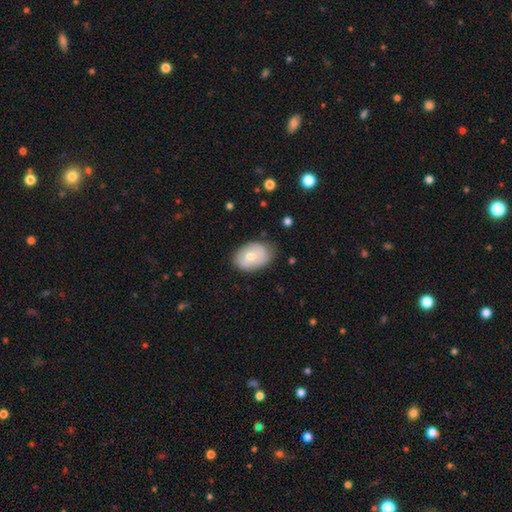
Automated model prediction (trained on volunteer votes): Smooth or featured?
  - smooth: 61% *
  - featured or disk: 32%
  - star or artifact: 7%
How rounded?
  - in between: 84% *
  - round: 15%
  - cigar-shaped: 1%
Merging?
  - none: 71% *
  - minor disturbance: 23%
  - major disturbance: 4%
  - merger: 1%